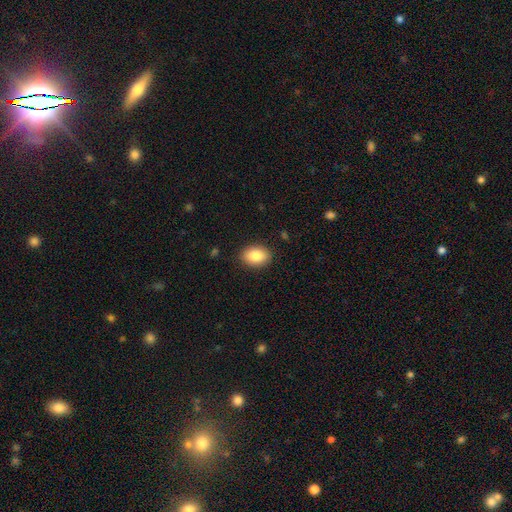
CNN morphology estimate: Smooth or featured? smooth (86%)
How rounded? in between (79%)
Merging? none (88%)